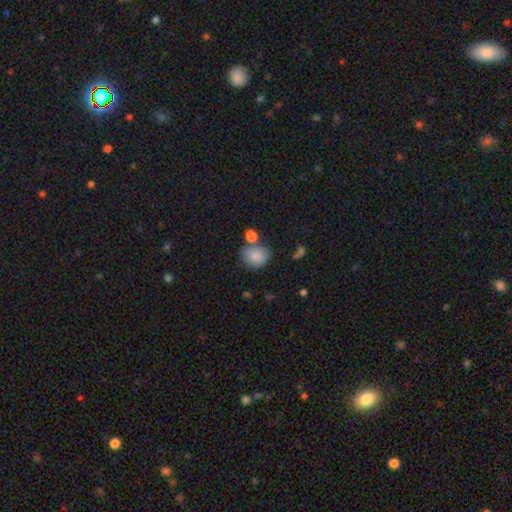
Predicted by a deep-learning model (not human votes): Smooth or featured: smooth — 83% (star or artifact — 9%)
How rounded: round — 53% (in between — 46%)
Merging: none — 56% (merger — 19%)